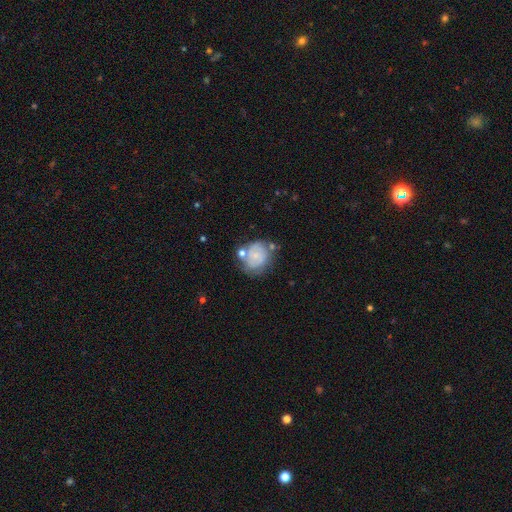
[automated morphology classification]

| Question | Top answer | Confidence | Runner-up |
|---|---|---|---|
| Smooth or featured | featured or disk | 50% | smooth (41%) |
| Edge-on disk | no | 98% | yes (2%) |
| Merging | none | 54% | minor disturbance (23%) |